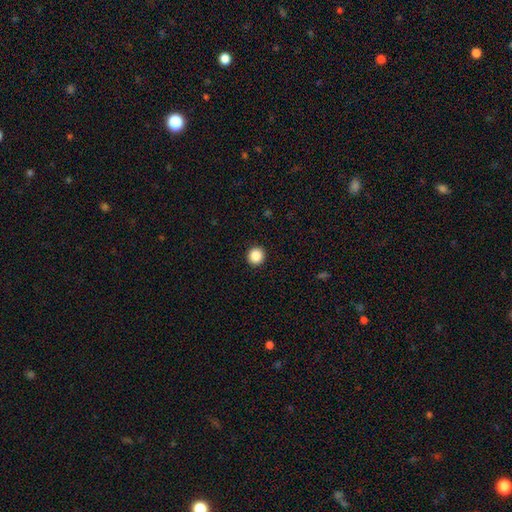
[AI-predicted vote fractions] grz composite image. It shows a smooth galaxy with no disk features (87%) that is round (94%). Merging: none (93%).